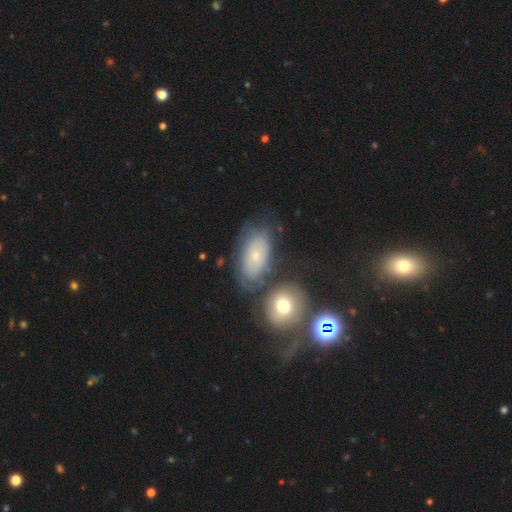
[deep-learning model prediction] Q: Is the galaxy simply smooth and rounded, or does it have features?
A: smooth — 51%.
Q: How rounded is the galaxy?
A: in between — 88%.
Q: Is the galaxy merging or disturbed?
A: none — 57%.